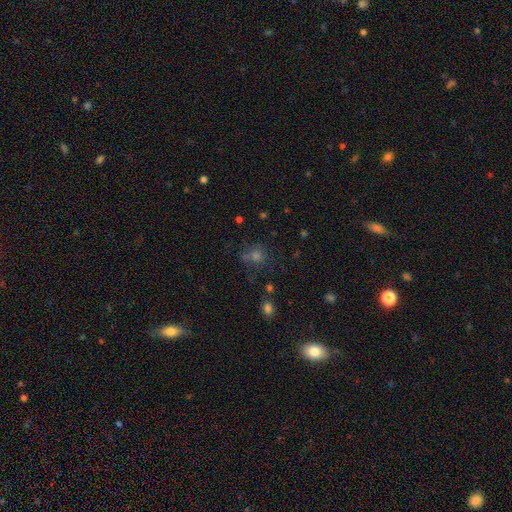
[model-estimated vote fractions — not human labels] This is possibly a smooth galaxy (47%). Merging: likely none (69%).